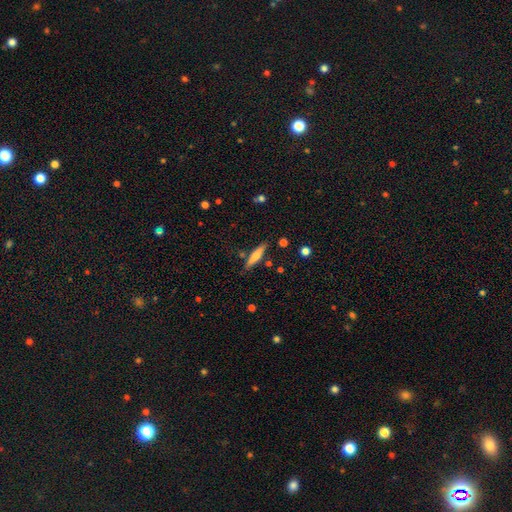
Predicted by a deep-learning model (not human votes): smooth 54%, featured or disk 39%, star or artifact 6%. Down the decision tree: how rounded — cigar-shaped (85%); merging — none (83%).